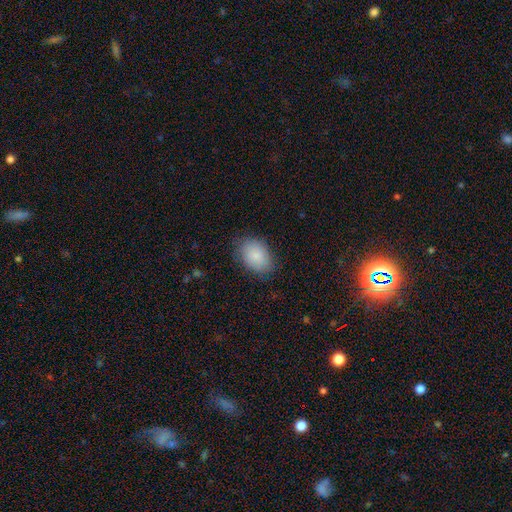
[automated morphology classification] This appears to be a smooth galaxy with no disk features (86%) that is in between round and cigar-shaped (81%). Merging: none (79%).